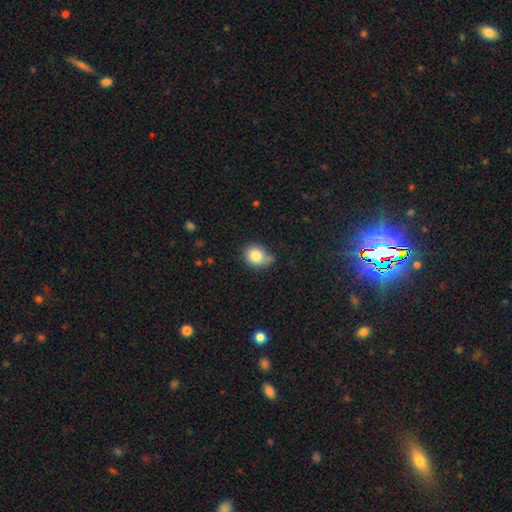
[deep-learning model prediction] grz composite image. It shows a smooth galaxy with no disk features (82%) that is round (66%). Merging: none (54%).